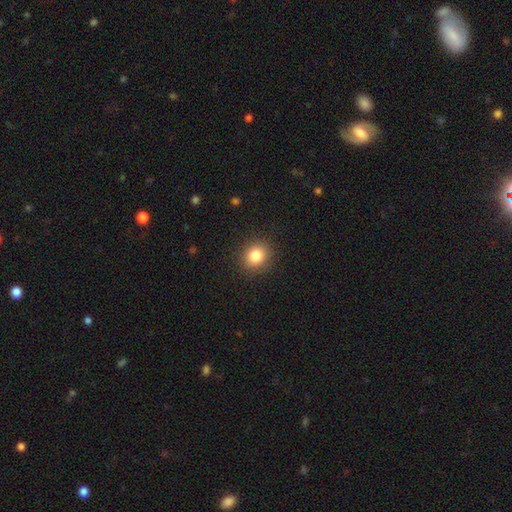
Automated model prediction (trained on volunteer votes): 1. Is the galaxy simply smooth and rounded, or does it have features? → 83% smooth, 10% star or artifact, 6% featured or disk.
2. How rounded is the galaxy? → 75% round, 24% in between, 1% cigar-shaped.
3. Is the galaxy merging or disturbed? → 89% none, 7% minor disturbance, 3% major disturbance, 1% merger.